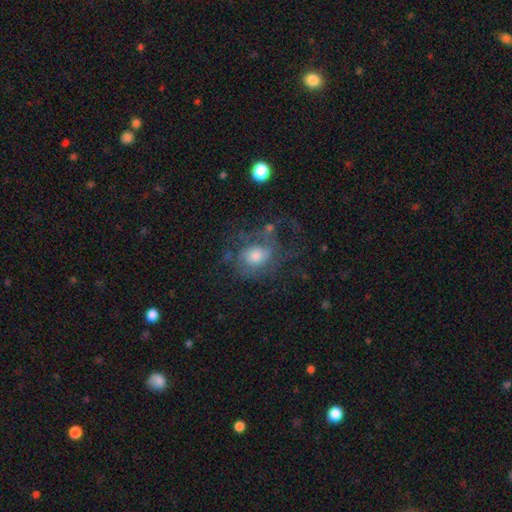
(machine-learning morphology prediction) A featured or disk galaxy (52%). Merging: none (44%).